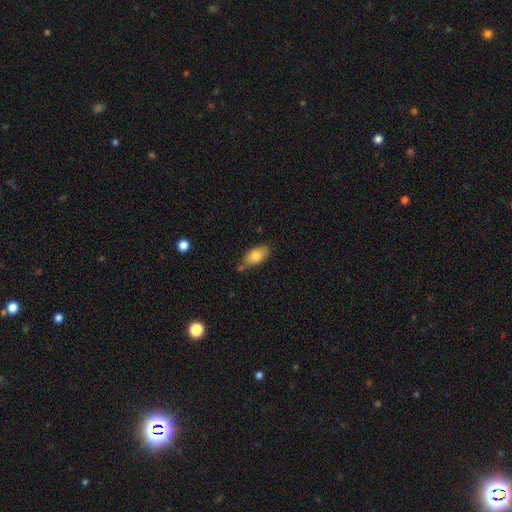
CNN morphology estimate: The model was most divided on "merging": none: 67%, minor disturbance: 20%, merger: 9%, major disturbance: 4%. More confident: how rounded — in between (91%); smooth or featured — smooth (80%).